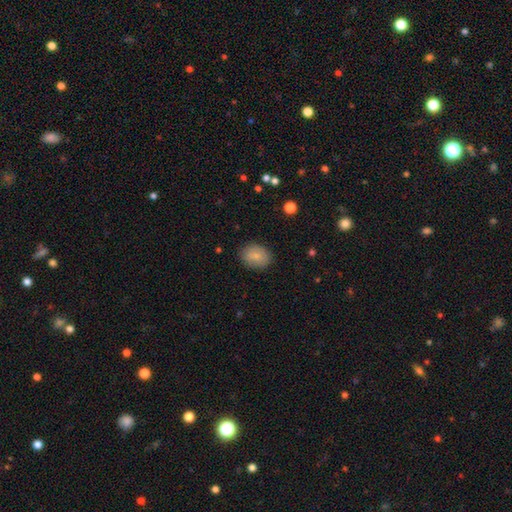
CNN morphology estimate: A smooth galaxy with no disk features (80%) that is in between round and cigar-shaped (62%).

Vote fractions:
- Smooth or featured? smooth: 80% / featured or disk: 13% / star or artifact: 8%
- How rounded? in between: 62% / round: 37% / cigar-shaped: 1%
- Merging? none: 84% / minor disturbance: 12% / major disturbance: 3% / merger: 1%